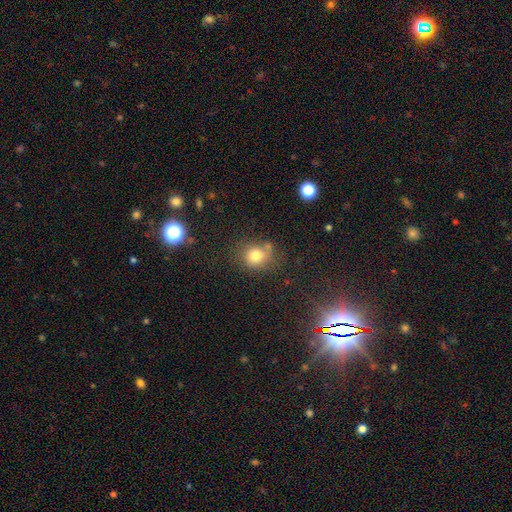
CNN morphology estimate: A smooth galaxy with no disk features (77%) that is round (74%). Merging: none (62%).